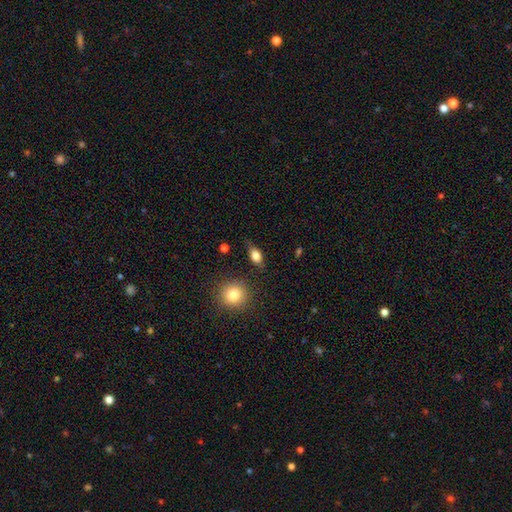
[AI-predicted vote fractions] smooth-or-featured: smooth: 79% | featured or disk: 13% | star or artifact: 8%
  how-rounded: in between: 77% | round: 16% | cigar-shaped: 7%
  merging: none: 73% | minor disturbance: 19% | major disturbance: 5% | merger: 3%